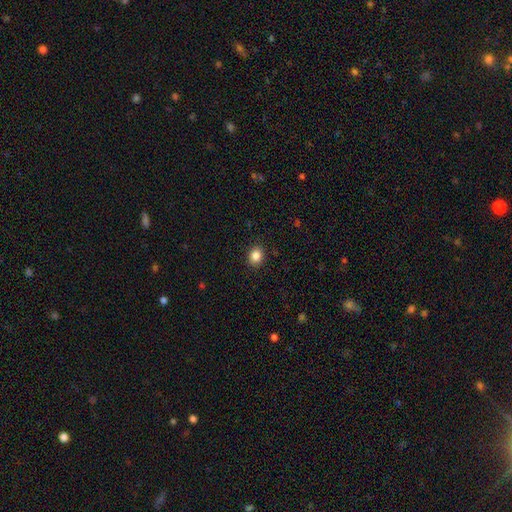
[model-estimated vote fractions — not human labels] Morphology: type=smooth (86%); roundness=round (68%); merging=none (90%).